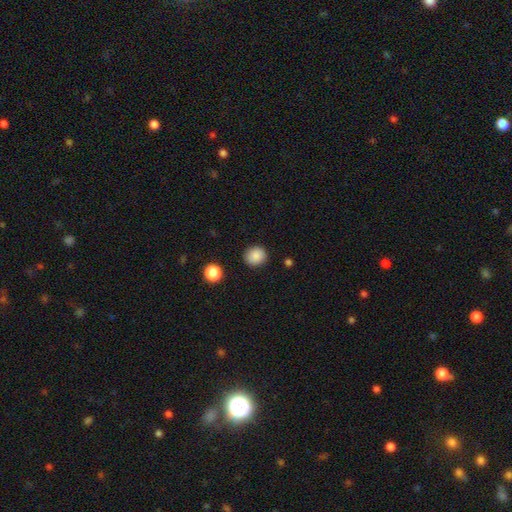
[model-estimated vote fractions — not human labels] Smooth or featured?
  - smooth: 87% *
  - star or artifact: 9%
  - featured or disk: 4%
How rounded?
  - round: 83% *
  - in between: 16%
  - cigar-shaped: 1%
Merging?
  - none: 89% *
  - minor disturbance: 8%
  - major disturbance: 2%
  - merger: 1%